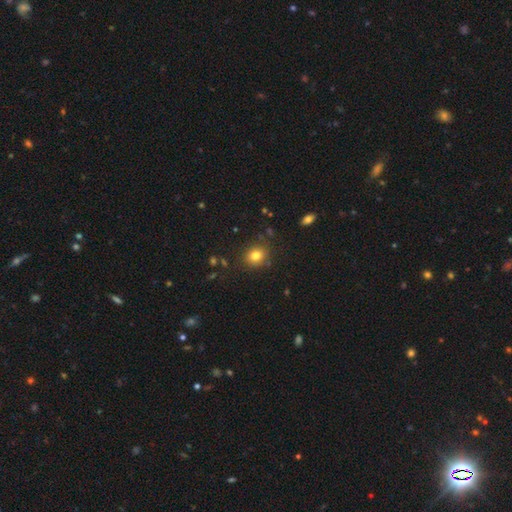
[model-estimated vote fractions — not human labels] smooth_or_featured: smooth (p=0.79) [alt: star or artifact p=0.13]
how_rounded: round (p=0.68) [alt: in between p=0.31]
merging: none (p=0.83) [alt: minor disturbance p=0.11]